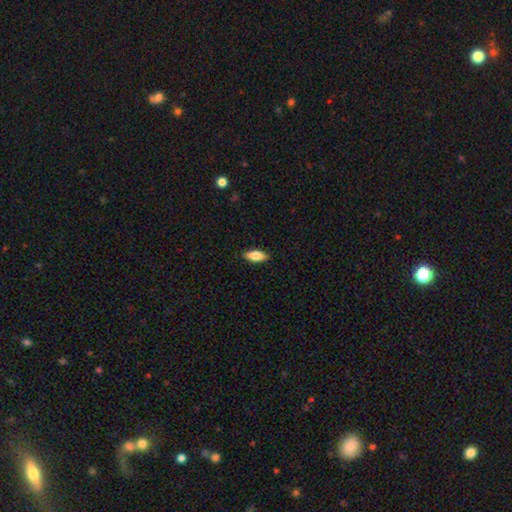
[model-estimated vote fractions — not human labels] smooth-or-featured: smooth: 76% | featured or disk: 18% | star or artifact: 6%
  how-rounded: in between: 77% | cigar-shaped: 20% | round: 3%
  merging: none: 88% | minor disturbance: 9% | major disturbance: 2% | merger: 1%